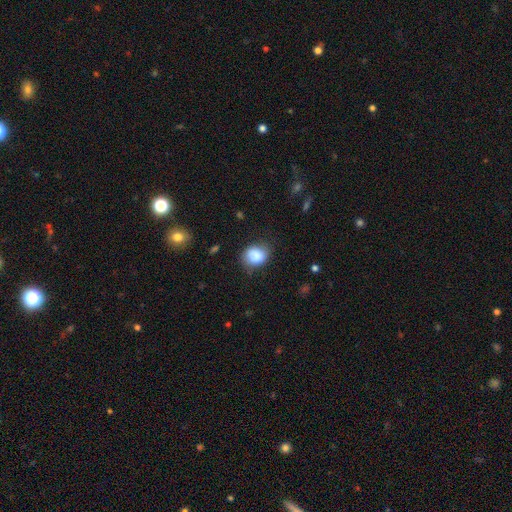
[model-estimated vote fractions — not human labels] Morphology: type=smooth (84%); roundness=round (60%); merging=none (63%).